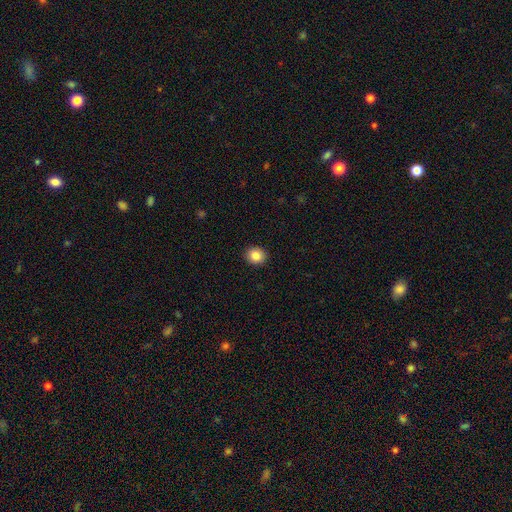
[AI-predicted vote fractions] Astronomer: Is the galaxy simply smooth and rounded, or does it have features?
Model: smooth — 85%.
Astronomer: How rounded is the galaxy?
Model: round — 72%.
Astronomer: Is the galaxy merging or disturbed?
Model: none — 91%.